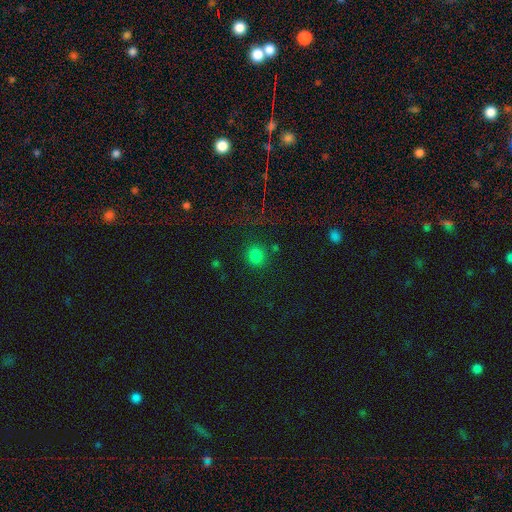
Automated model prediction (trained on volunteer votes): A smooth galaxy with no disk features (78%) that is round (84%).

Vote fractions:
- Smooth or featured? smooth: 78% / star or artifact: 17% / featured or disk: 5%
- How rounded? round: 84% / in between: 15% / cigar-shaped: 1%
- Merging? none: 84% / minor disturbance: 9% / major disturbance: 4% / merger: 4%